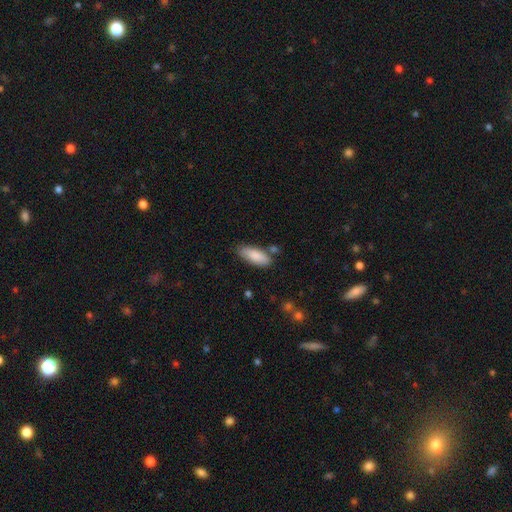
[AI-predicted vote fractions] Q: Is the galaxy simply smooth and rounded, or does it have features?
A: smooth — 87%.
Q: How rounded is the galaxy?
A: in between — 75%.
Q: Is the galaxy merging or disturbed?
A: none — 73%.